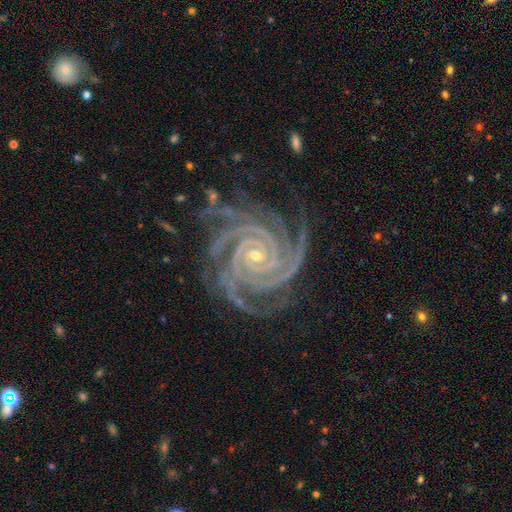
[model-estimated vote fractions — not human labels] This appears to be a featured or disk galaxy (94%) with no bar (56%), 4 (32%) tight (87%) spiral arms (99%) and a small central bulge (74%). Merging: none (76%).